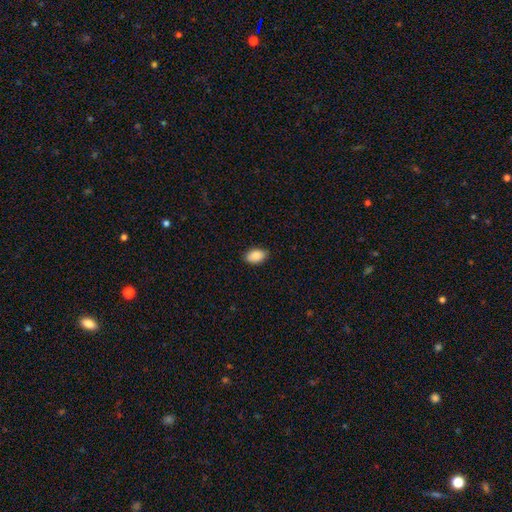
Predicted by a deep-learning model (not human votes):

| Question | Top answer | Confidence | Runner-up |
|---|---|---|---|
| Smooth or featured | smooth | 88% | star or artifact (7%) |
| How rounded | in between | 91% | round (7%) |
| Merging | none | 87% | minor disturbance (11%) |